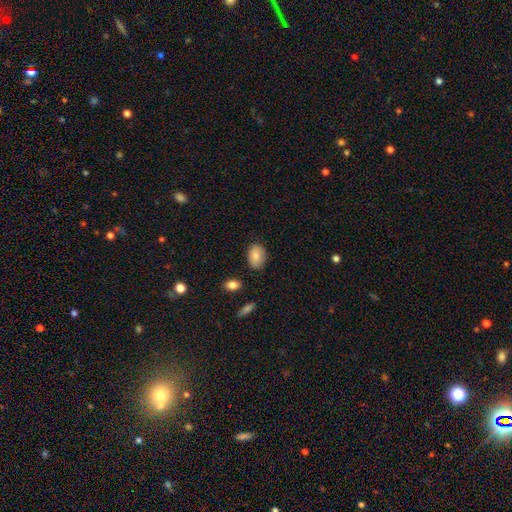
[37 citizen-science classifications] A smooth galaxy with no disk features (89%) that is in between round and cigar-shaped (82%).

Vote fractions:
- Smooth or featured? smooth: 89% / featured or disk: 11% / star or artifact: 0%
- How rounded? in between: 82% / round: 18% / cigar-shaped: 0%
- Merging? none: 92% / minor disturbance: 5% / major disturbance: 3% / merger: 0%